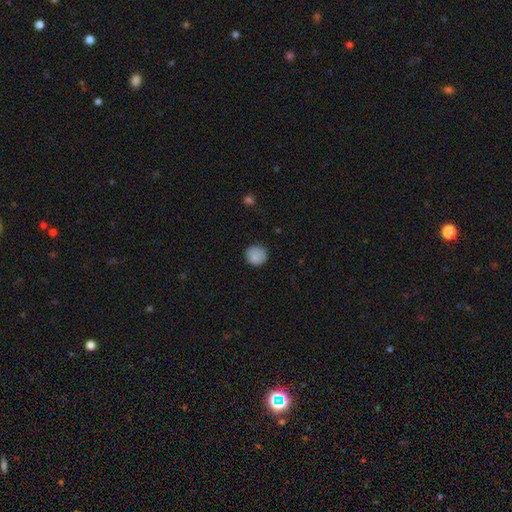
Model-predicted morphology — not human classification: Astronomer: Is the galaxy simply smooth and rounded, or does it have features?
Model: smooth — 82%.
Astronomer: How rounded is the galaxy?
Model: round — 91%.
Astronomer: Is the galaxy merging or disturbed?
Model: none — 82%.